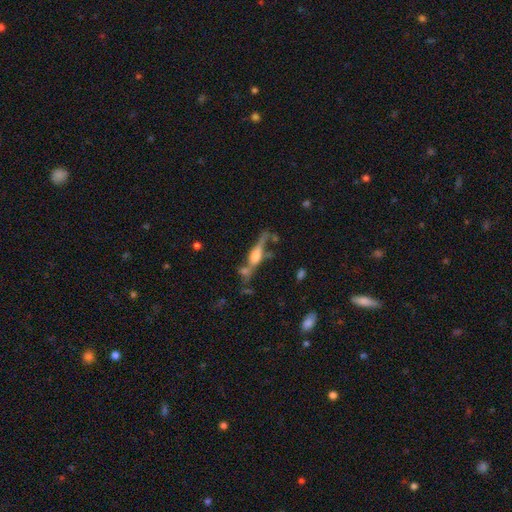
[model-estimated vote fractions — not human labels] Overall: featured or disk (61%; smooth 29%). Edge-on disk: yes (81%). Merging: none (44%; merger 24%).